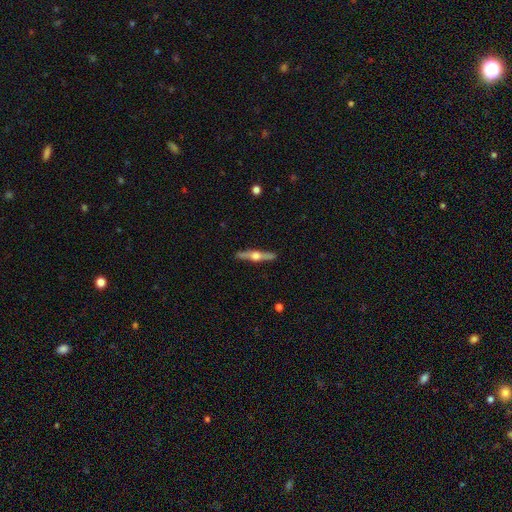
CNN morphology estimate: A featured or disk galaxy (76%) viewed edge-on (98%) with a rounded central bulge (94%).

Vote fractions:
- Smooth or featured? featured or disk: 76% / smooth: 19% / star or artifact: 5%
- Edge-on disk? yes: 98% / no: 2%
- Edge-on bulge? rounded: 94% / boxy: 4% / none: 2%
- Merging? none: 91% / minor disturbance: 7% / major disturbance: 2% / merger: 1%